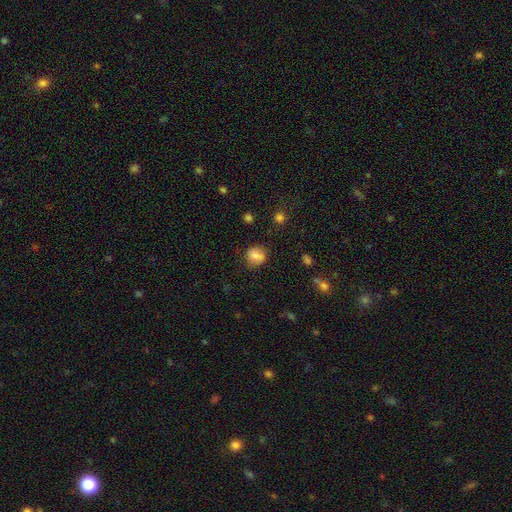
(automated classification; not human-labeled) Smooth or featured? smooth (75%)
How rounded? round (80%)
Merging? none (76%)